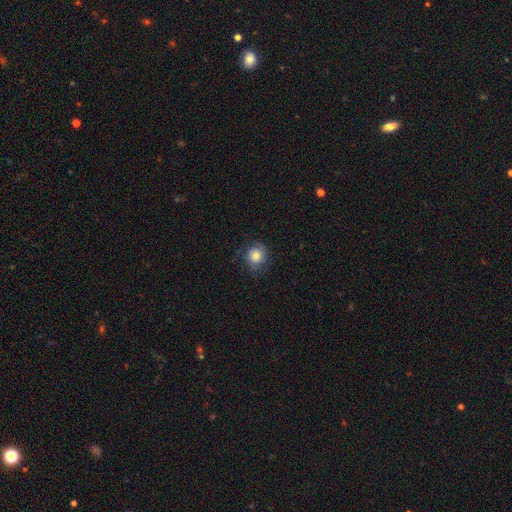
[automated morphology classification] Smooth or featured: smooth — 72% (featured or disk — 19%)
How rounded: round — 82% (in between — 18%)
Merging: none — 72% (minor disturbance — 19%)